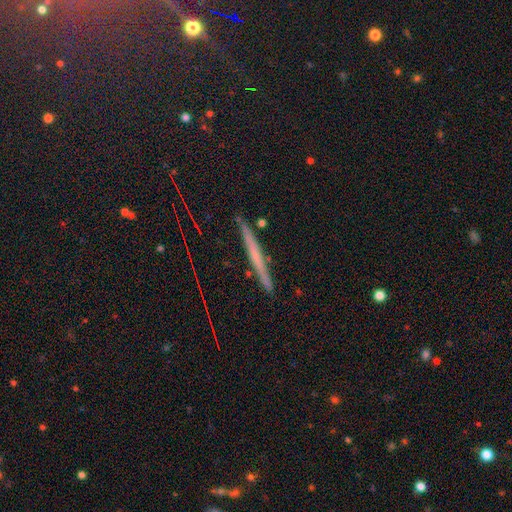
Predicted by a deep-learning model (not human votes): The model was most divided on "smooth or featured": featured or disk: 51%, smooth: 35%, star or artifact: 14%. More confident: edge-on disk — yes (96%); merging — none (89%).